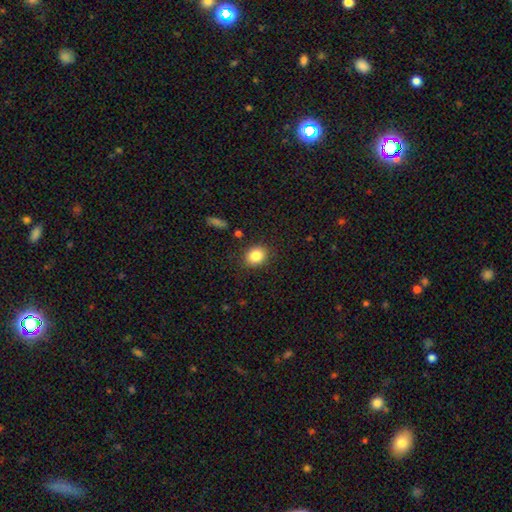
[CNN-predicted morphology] Q: Smooth or featured?
A: smooth (85%); runner-up: star or artifact (9%)
Q: How rounded?
A: round (60%); runner-up: in between (40%)
Q: Merging?
A: none (85%); runner-up: minor disturbance (10%)